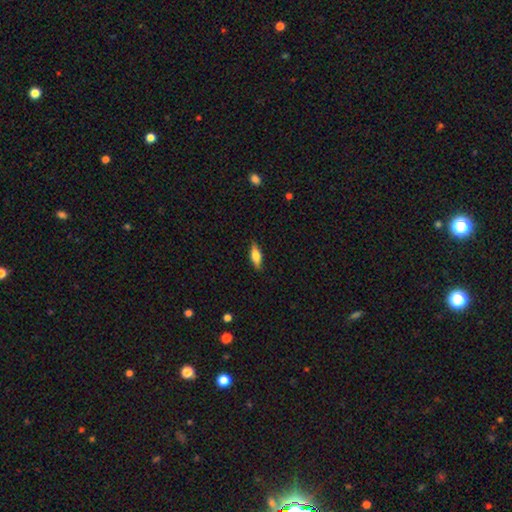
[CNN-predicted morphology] Smooth or featured: smooth — 65% (featured or disk — 28%)
How rounded: in between — 66% (cigar-shaped — 31%)
Merging: none — 86% (minor disturbance — 11%)